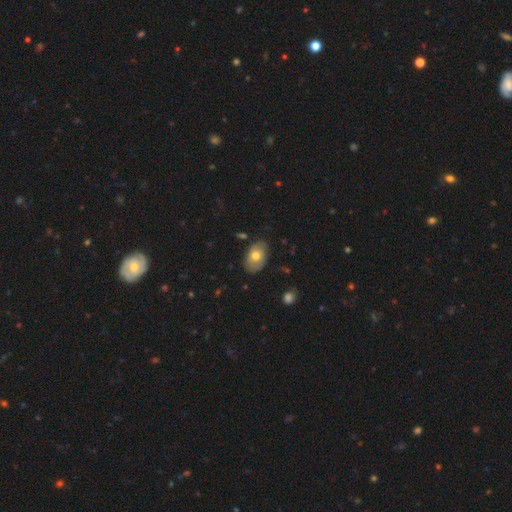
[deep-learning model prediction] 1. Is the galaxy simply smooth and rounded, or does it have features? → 60% smooth, 33% featured or disk, 7% star or artifact.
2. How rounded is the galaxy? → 87% in between, 12% round, 1% cigar-shaped.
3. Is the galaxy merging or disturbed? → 73% none, 21% minor disturbance, 4% major disturbance, 2% merger.